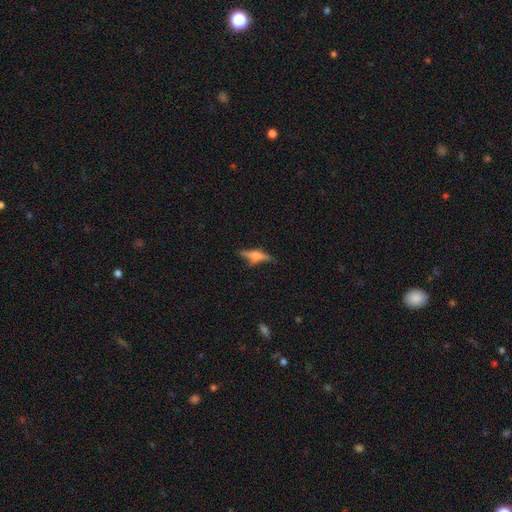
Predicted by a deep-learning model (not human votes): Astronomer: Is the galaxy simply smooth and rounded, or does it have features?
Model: featured or disk — 49% (runner-up: smooth, 41%).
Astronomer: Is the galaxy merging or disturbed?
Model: none — 63%.